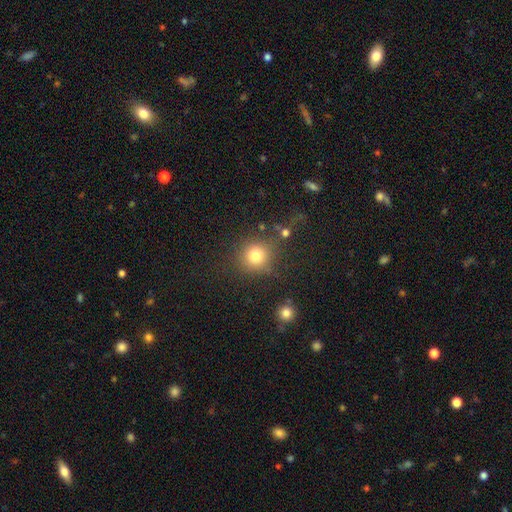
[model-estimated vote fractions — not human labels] This appears to be a smooth galaxy with no disk features (80%) that is round (91%). Merging: none (79%).